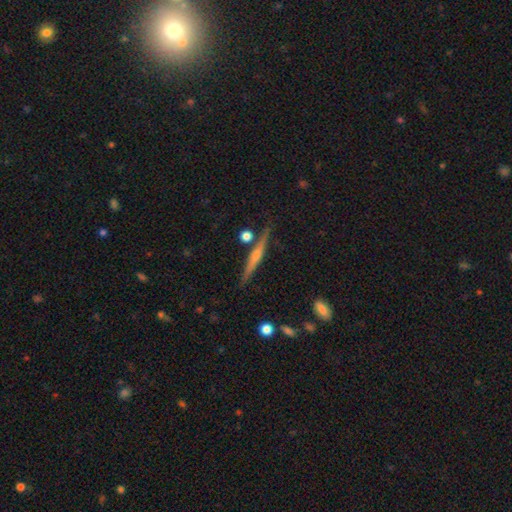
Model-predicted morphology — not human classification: Smooth or featured?
  - featured or disk: 67% *
  - smooth: 26%
  - star or artifact: 7%
Edge-on disk?
  - yes: 98% *
  - no: 2%
Edge-on bulge?
  - rounded: 67% *
  - none: 22%
  - boxy: 11%
Merging?
  - none: 85% *
  - minor disturbance: 9%
  - merger: 4%
  - major disturbance: 2%